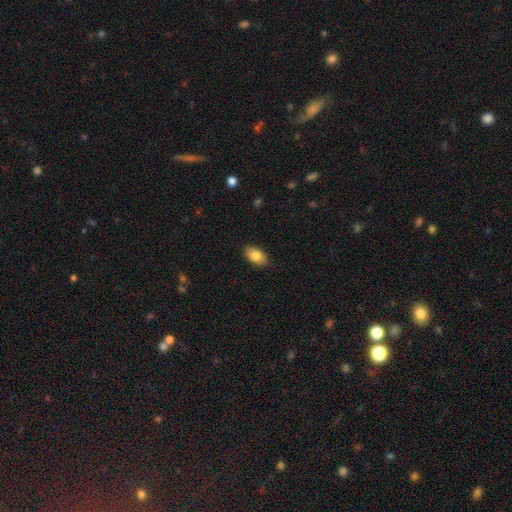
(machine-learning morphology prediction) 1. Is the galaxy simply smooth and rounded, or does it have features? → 83% smooth, 9% featured or disk, 7% star or artifact.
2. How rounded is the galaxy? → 92% in between, 7% round, 2% cigar-shaped.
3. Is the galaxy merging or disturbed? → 88% none, 9% minor disturbance, 2% major disturbance, 1% merger.